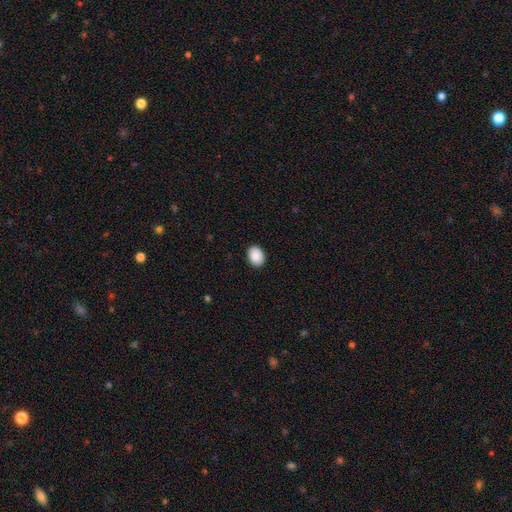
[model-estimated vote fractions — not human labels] Smooth or featured: smooth — 89% (star or artifact — 7%)
How rounded: in between — 62% (round — 38%)
Merging: none — 90% (minor disturbance — 8%)